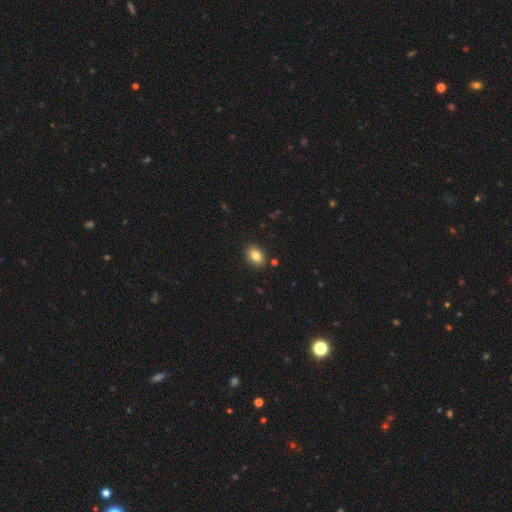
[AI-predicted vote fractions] Morphology: type=smooth (83%); roundness=in between (72%); merging=none (88%).